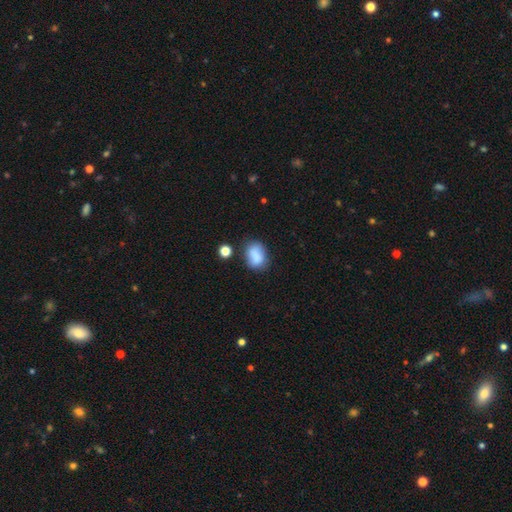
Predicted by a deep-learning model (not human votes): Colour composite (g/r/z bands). It shows a smooth galaxy with no disk features (80%) that is in between round and cigar-shaped (68%). Merging: none (60%).